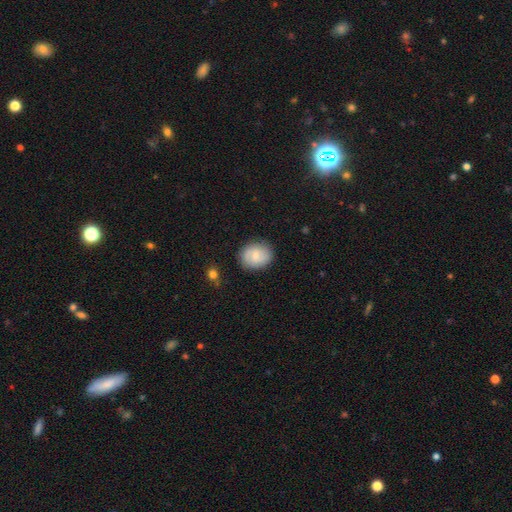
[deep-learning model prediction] smooth 62%, featured or disk 31%, star or artifact 7%. Down the decision tree: how rounded — round (63%); merging — none (84%).